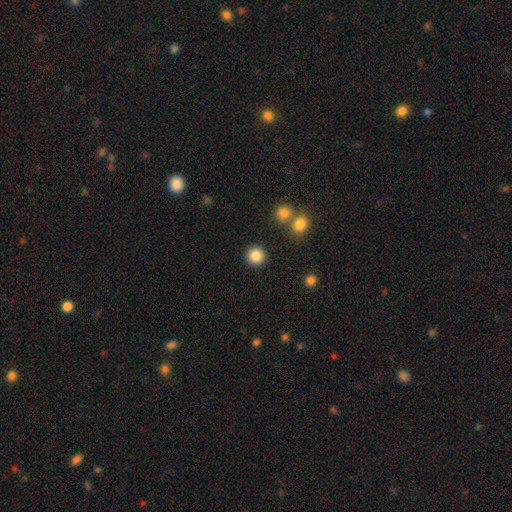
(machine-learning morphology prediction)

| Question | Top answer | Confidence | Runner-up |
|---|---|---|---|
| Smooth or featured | smooth | 86% | star or artifact (10%) |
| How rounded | round | 94% | in between (5%) |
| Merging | none | 90% | minor disturbance (5%) |